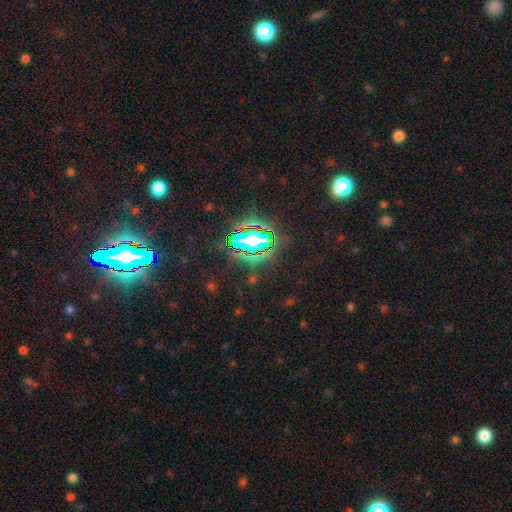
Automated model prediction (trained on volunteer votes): Smooth or featured: star or artifact — 84% (smooth — 9%)